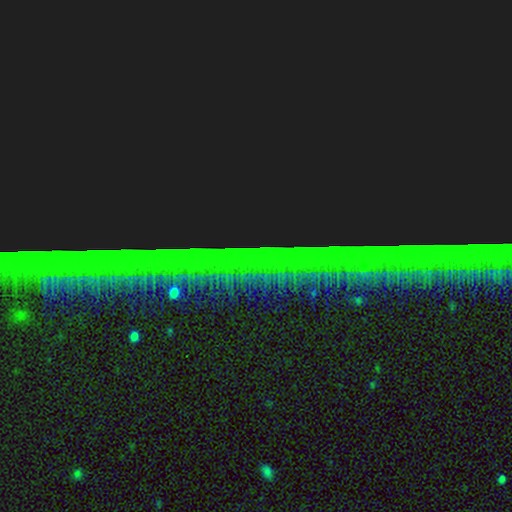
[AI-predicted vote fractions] Smooth or featured? star or artifact (86%)